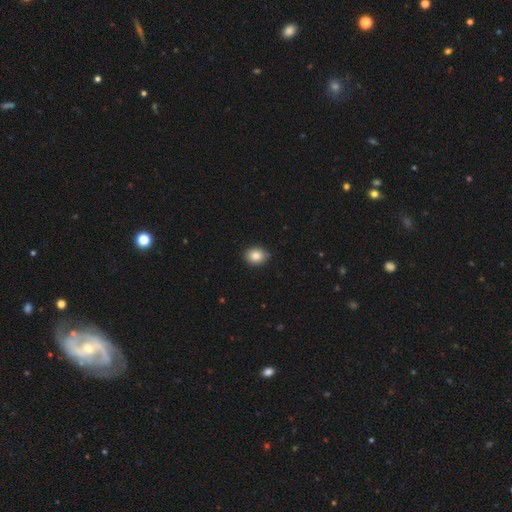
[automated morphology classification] Smooth or featured: smooth — 85% (star or artifact — 9%)
How rounded: round — 59% (in between — 40%)
Merging: none — 87% (minor disturbance — 11%)